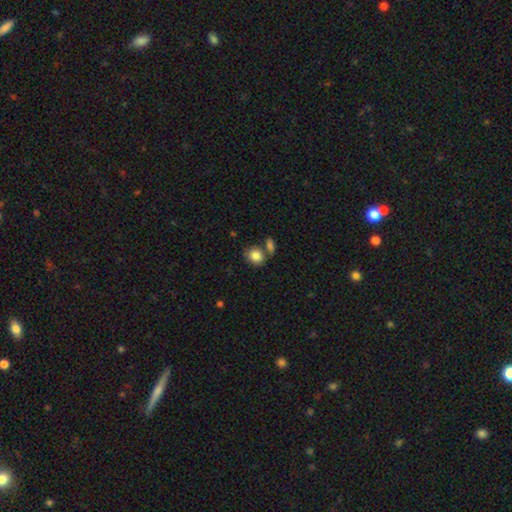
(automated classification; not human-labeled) A smooth galaxy with no disk features (85%) that is round (62%). Merging: none (59%).